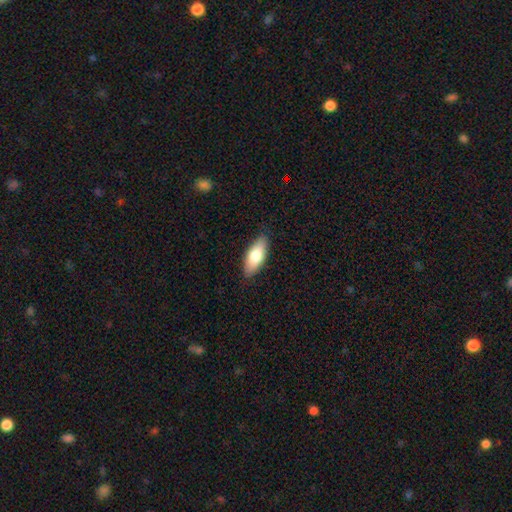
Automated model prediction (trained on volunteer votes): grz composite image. It shows a smooth galaxy with no disk features (80%) that is in between round and cigar-shaped (80%). Merging: none (86%).